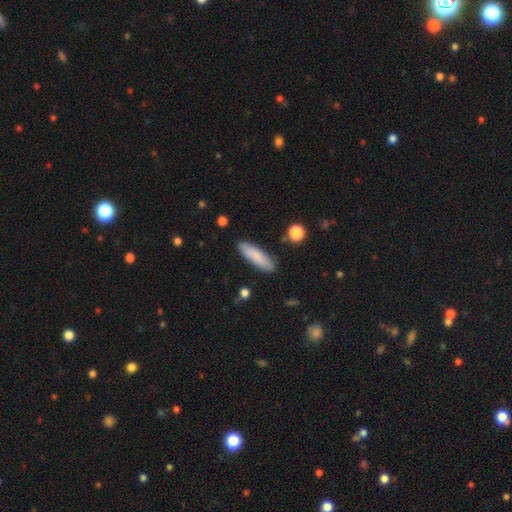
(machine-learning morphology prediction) A smooth galaxy with no disk features (84%) that is cigar-shaped (62%). Merging: none (88%).